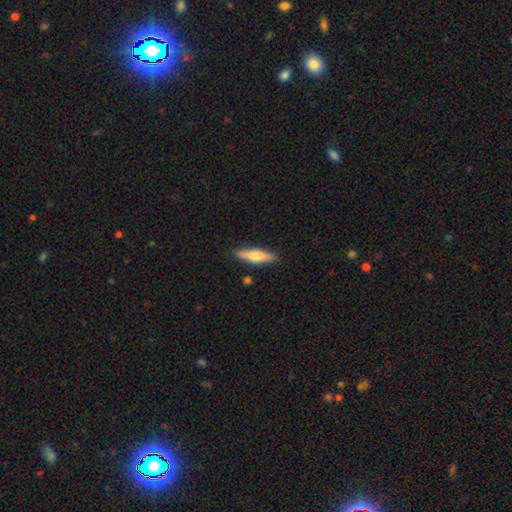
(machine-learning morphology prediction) smooth-or-featured: smooth: 66% | featured or disk: 28% | star or artifact: 6%
  how-rounded: cigar-shaped: 70% | in between: 28% | round: 2%
  merging: none: 86% | minor disturbance: 10% | merger: 2% | major disturbance: 2%